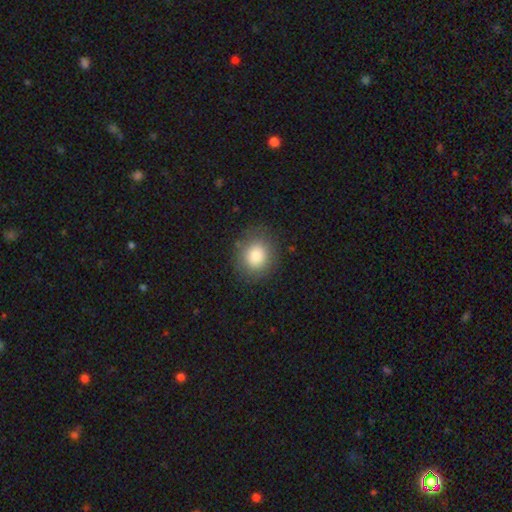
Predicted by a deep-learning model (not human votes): A smooth galaxy with no disk features (84%) that is round (70%). Merging: none (85%).